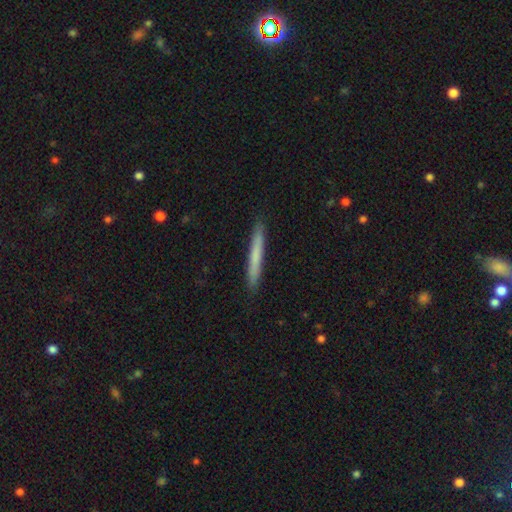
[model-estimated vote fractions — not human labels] Smooth or featured? Predicted: smooth (p=0.69). How rounded? Predicted: cigar-shaped (p=0.97). Merging? Predicted: none (p=0.91).